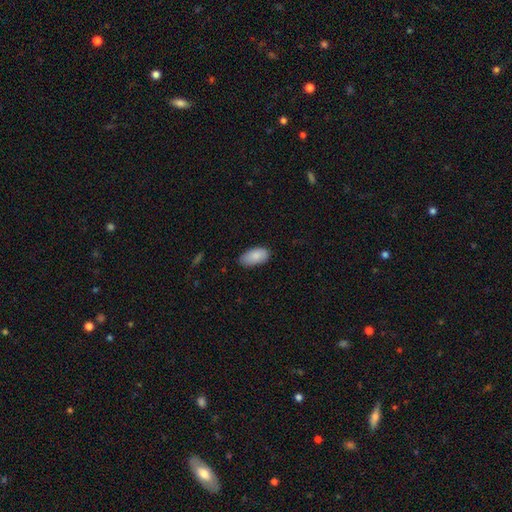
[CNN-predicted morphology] This is clearly a smooth galaxy (87%). How rounded: clearly in between (94%). Merging: likely none (78%).